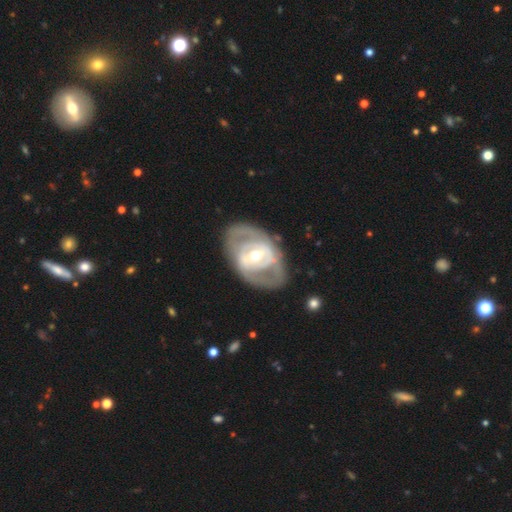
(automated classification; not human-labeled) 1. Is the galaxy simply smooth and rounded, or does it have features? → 79% featured or disk, 17% smooth, 4% star or artifact.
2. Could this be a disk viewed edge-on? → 95% no, 5% yes.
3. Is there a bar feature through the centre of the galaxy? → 39% weak, 33% strong, 28% no.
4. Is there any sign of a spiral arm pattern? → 62% yes, 38% no.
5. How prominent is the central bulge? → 57% moderate, 36% small, 5% large, 1% none, 1% dominant.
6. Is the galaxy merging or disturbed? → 70% none, 17% minor disturbance, 11% major disturbance, 2% merger.